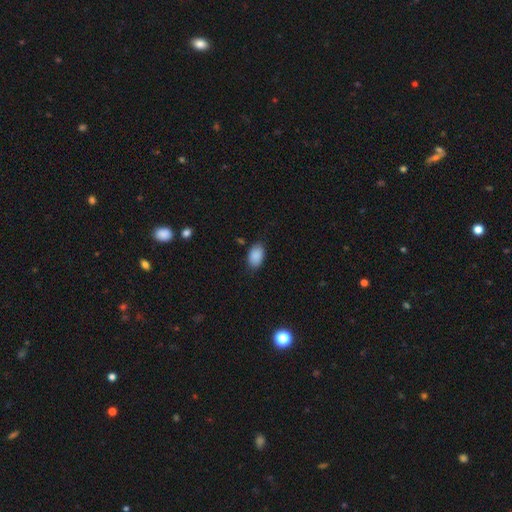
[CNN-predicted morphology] Smooth or featured? smooth (89%)
How rounded? in between (91%)
Merging? none (81%)